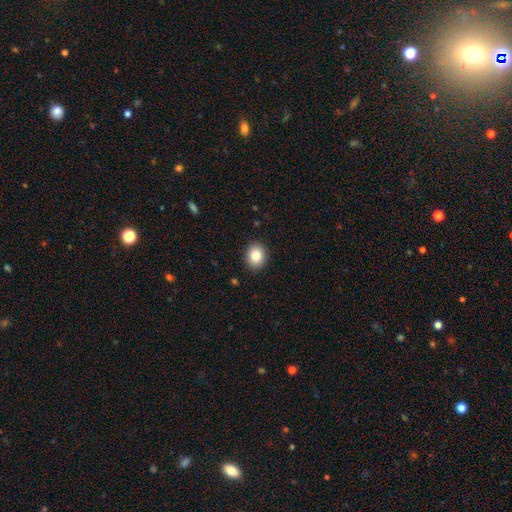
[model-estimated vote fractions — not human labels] Smooth or featured: smooth — 84% (star or artifact — 9%)
How rounded: round — 65% (in between — 34%)
Merging: none — 91% (minor disturbance — 7%)